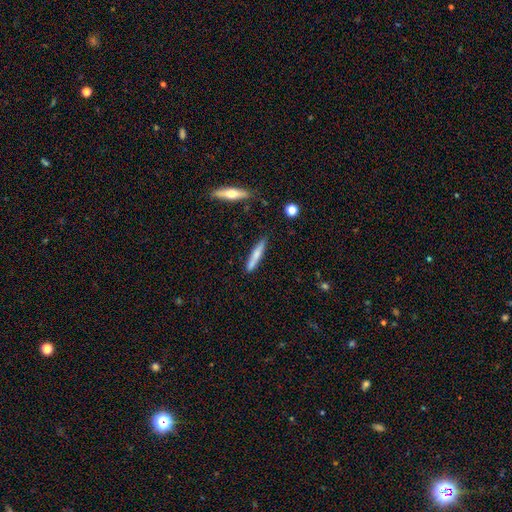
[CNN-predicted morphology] Smooth or featured?
  - smooth: 62% *
  - featured or disk: 32%
  - star or artifact: 6%
How rounded?
  - cigar-shaped: 90% *
  - in between: 8%
  - round: 1%
Merging?
  - none: 84% *
  - minor disturbance: 11%
  - merger: 3%
  - major disturbance: 2%